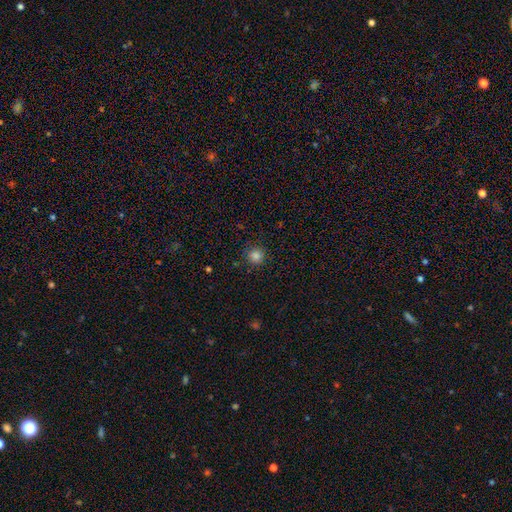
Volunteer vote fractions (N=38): Smooth or featured? 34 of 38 (89%) said smooth. How rounded? 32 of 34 (94%) said round. Merging? 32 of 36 (89%) said none.